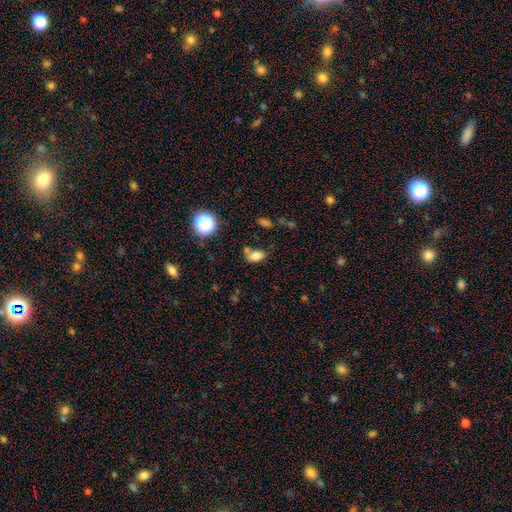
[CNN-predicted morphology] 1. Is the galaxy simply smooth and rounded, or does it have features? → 79% smooth, 13% star or artifact, 9% featured or disk.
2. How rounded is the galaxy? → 84% in between, 14% round, 2% cigar-shaped.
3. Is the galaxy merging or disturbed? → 56% none, 19% minor disturbance, 19% merger, 7% major disturbance.